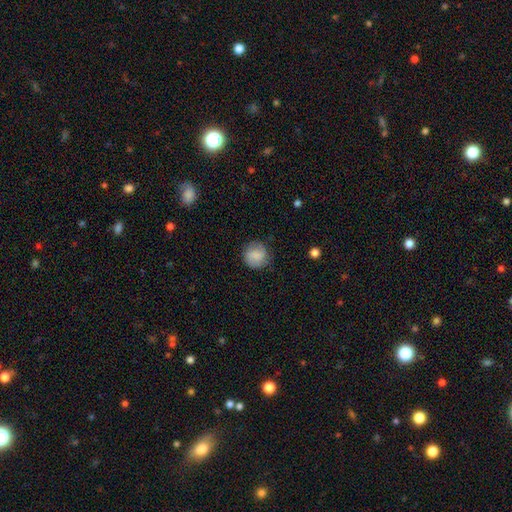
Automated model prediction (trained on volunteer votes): Smooth or featured? smooth (75%)
How rounded? round (90%)
Merging? none (80%)